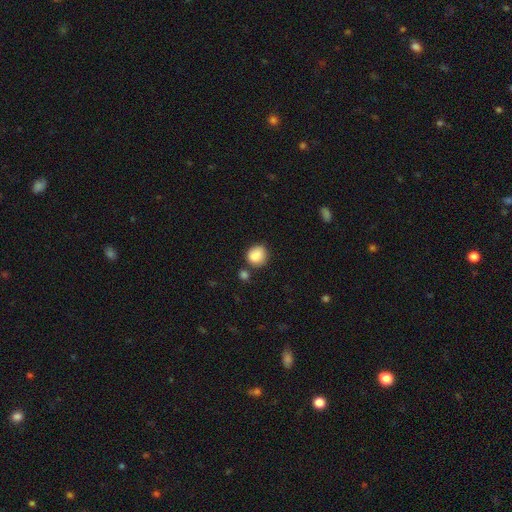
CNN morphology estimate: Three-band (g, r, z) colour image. It shows a smooth galaxy with no disk features (86%) that is round (83%). Merging: none (68%).